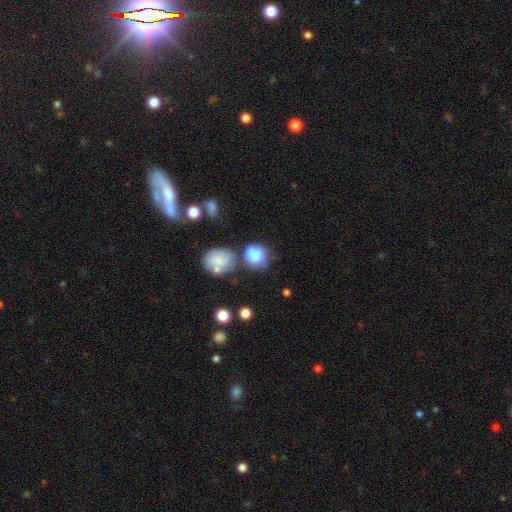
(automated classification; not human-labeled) Smooth or featured? Predicted: smooth (p=0.75). How rounded? Predicted: round (p=0.75). Merging? Predicted: none (p=0.44).